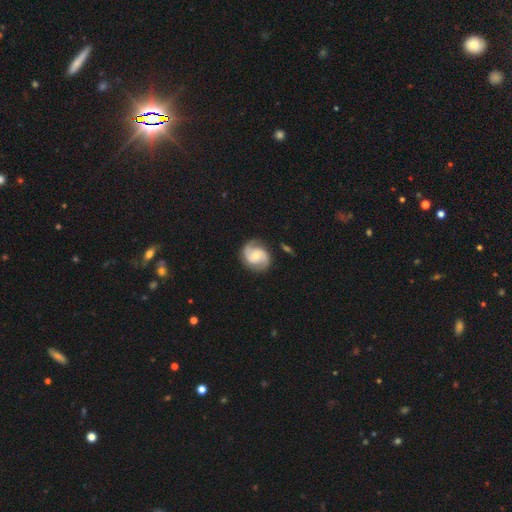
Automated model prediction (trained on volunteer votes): Smooth or featured? Predicted: featured or disk (p=0.84). Edge-on disk? Predicted: no (p=0.98). Bar? Predicted: no (p=0.58). Spiral arms? Predicted: yes (p=0.97). Spiral winding? Predicted: medium (p=0.49). Spiral arm count? Predicted: 2 (p=0.90). Bulge size? Predicted: moderate (p=0.51). Merging? Predicted: none (p=0.82).